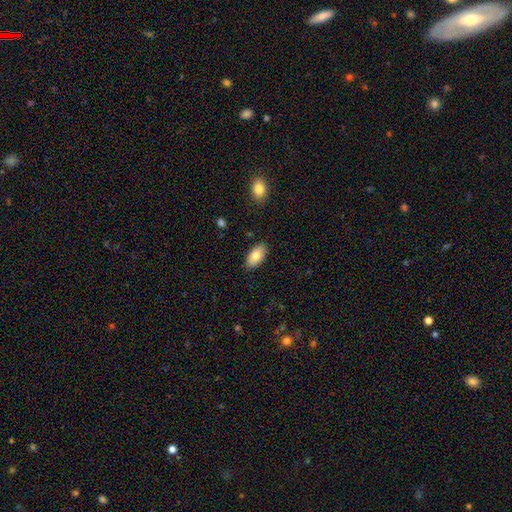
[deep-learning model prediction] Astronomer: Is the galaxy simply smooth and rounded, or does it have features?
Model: smooth — 82%.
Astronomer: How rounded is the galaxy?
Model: in between — 94%.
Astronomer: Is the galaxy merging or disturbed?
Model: none — 87%.